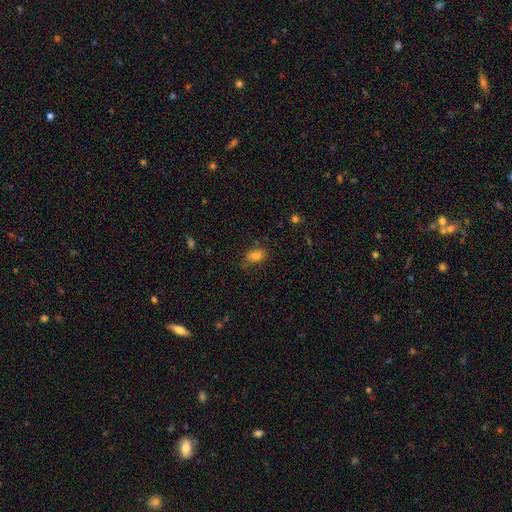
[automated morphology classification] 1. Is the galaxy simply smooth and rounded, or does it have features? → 80% smooth, 11% star or artifact, 9% featured or disk.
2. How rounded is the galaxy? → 83% in between, 15% round, 2% cigar-shaped.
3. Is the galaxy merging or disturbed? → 75% none, 18% minor disturbance, 5% major disturbance, 2% merger.